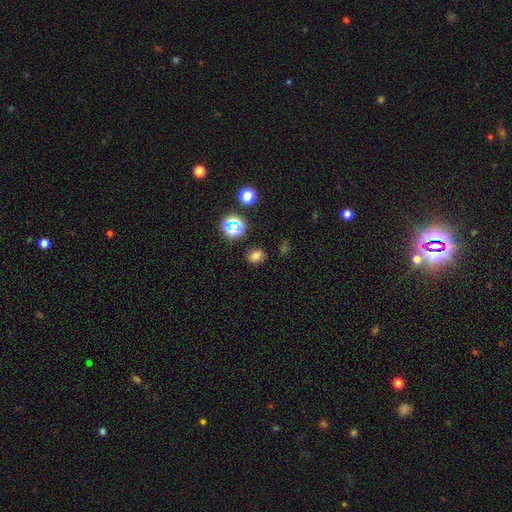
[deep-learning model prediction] Smooth or featured? Predicted: smooth (p=0.72). How rounded? Predicted: in between (p=0.53). Merging? Predicted: none (p=0.80).